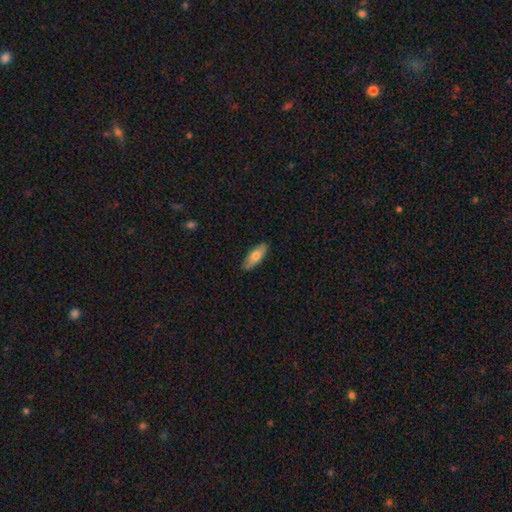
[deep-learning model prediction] Smooth or featured? smooth (73%)
How rounded? in between (68%)
Merging? none (87%)